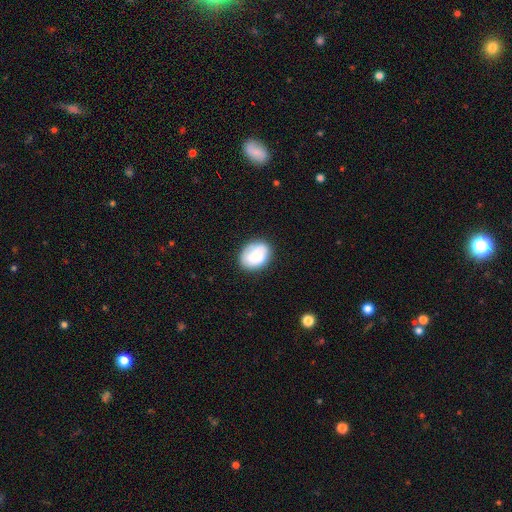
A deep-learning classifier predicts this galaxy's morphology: smooth_or_featured: smooth (p=0.78) [alt: featured or disk p=0.14]
how_rounded: in between (p=0.63) [alt: round p=0.36]
merging: none (p=0.76) [alt: minor disturbance p=0.17]